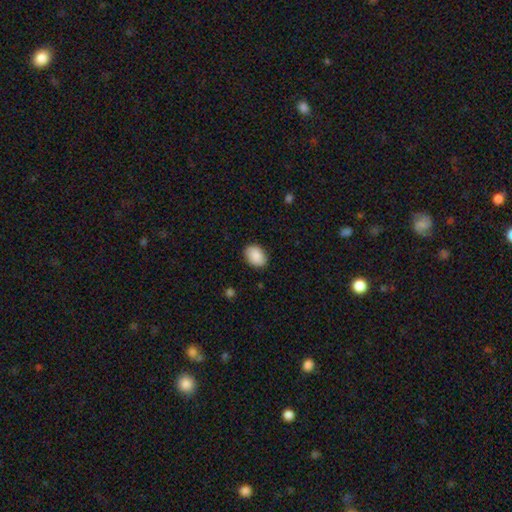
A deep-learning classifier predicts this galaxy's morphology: Smooth or featured: smooth — 88% (star or artifact — 7%)
How rounded: in between — 74% (round — 25%)
Merging: none — 87% (minor disturbance — 10%)